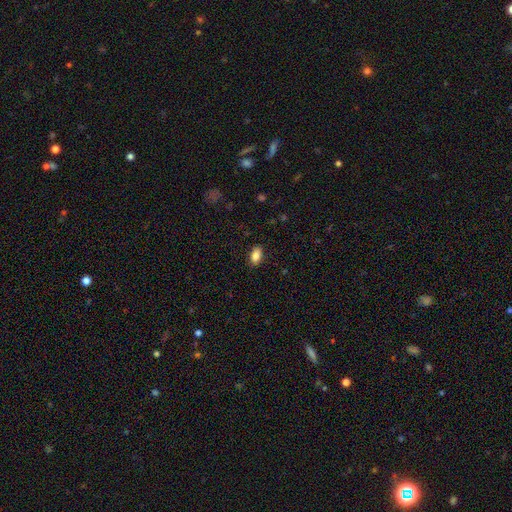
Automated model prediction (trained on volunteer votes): Smooth or featured? smooth (87%)
How rounded? in between (91%)
Merging? none (88%)